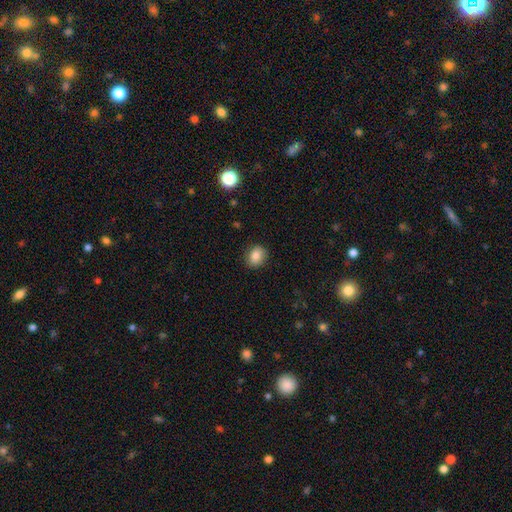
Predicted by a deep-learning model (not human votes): This is clearly a smooth galaxy (84%). How rounded: possibly round (54%). Merging: clearly none (87%).